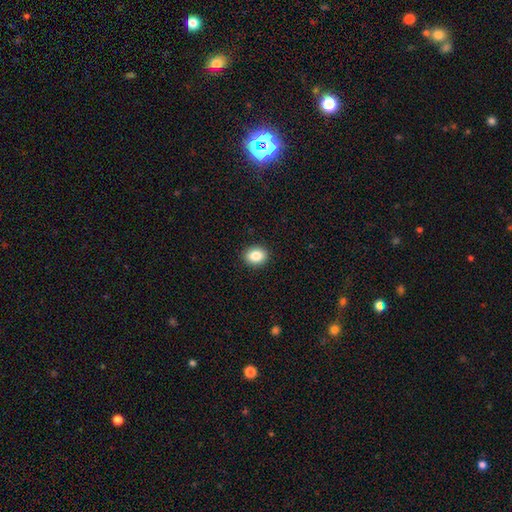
A smooth galaxy with no disk features (86%) that is round (75%).

Vote fractions:
- Smooth or featured? smooth: 86% / featured or disk: 11% / star or artifact: 3%
- How rounded? round: 75% / in between: 25% / cigar-shaped: 0%
- Merging? none: 100% / minor disturbance: 0% / major disturbance: 0% / merger: 0%